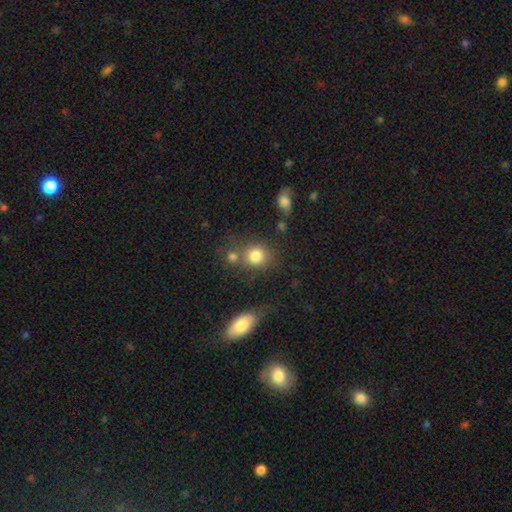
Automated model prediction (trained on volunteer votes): This is clearly a smooth galaxy (81%). How rounded: likely round (75%). Merging: possibly none (59%).